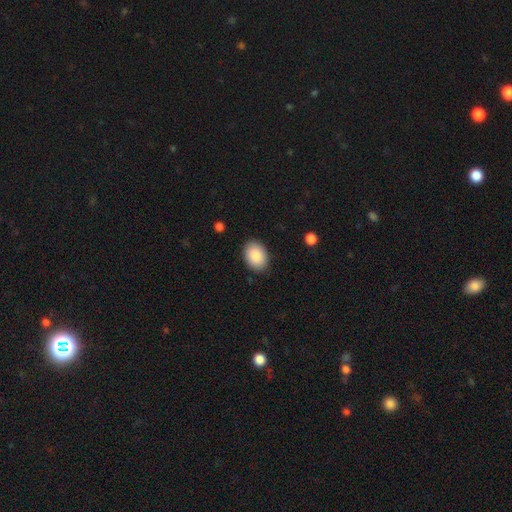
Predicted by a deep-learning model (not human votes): Overall: smooth (89%). How rounded: in between (81%). Merging: none (88%).